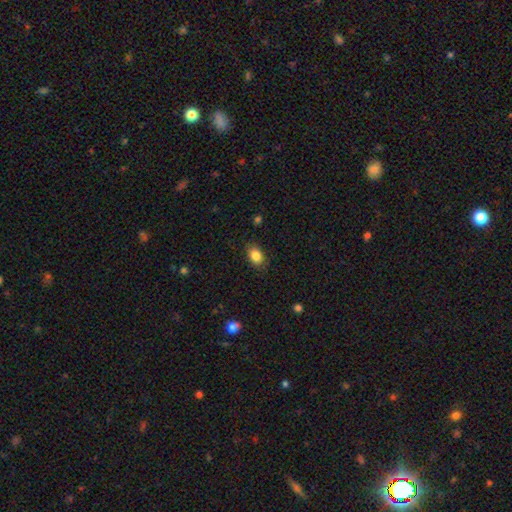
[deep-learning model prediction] Morphology: type=smooth (85%); roundness=in between (77%); merging=none (84%).